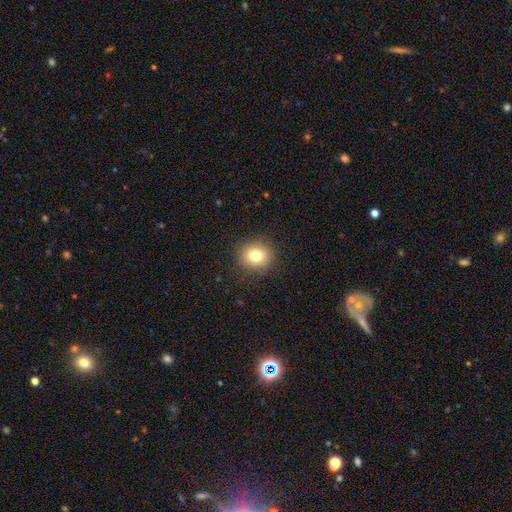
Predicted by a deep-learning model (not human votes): This is likely a smooth galaxy (79%). How rounded: clearly round (86%). Merging: clearly none (89%).